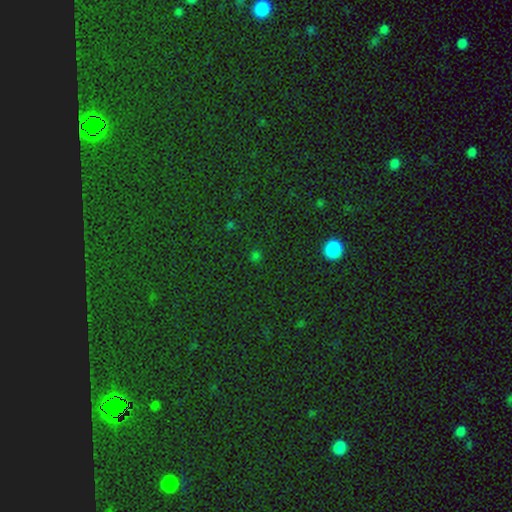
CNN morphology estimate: star or artifact 65%, smooth 27%, featured or disk 7%.